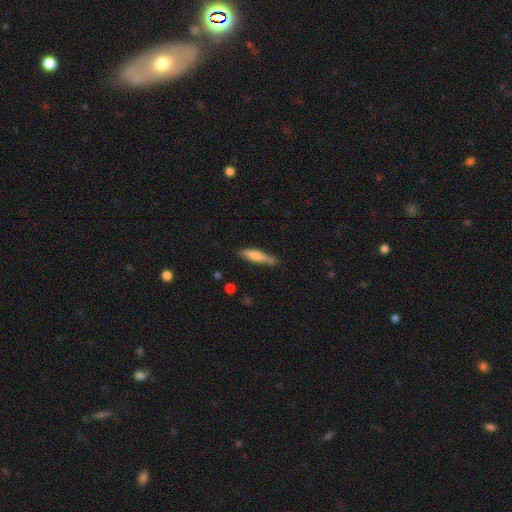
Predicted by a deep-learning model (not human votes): This is likely a smooth galaxy (70%). How rounded: clearly cigar-shaped (83%). Merging: likely none (66%).